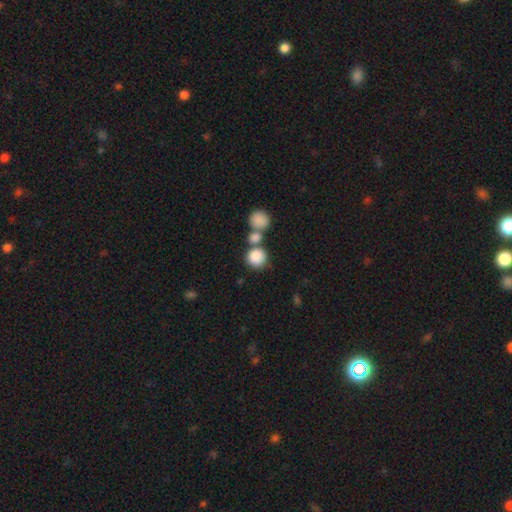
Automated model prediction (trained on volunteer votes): Overall: smooth (85%). How rounded: round (87%). Merging: none (50%; merger 37%).